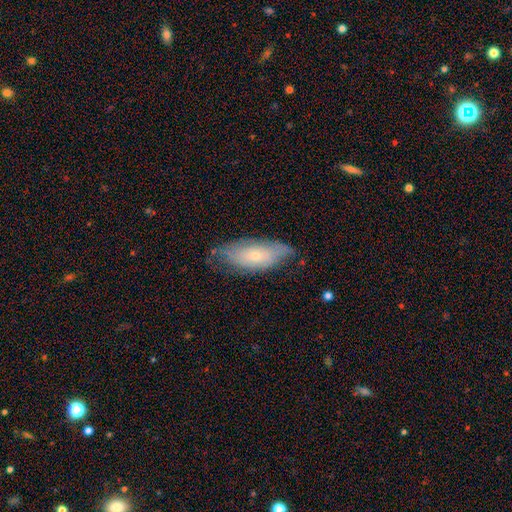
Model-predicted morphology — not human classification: Q: Smooth or featured?
A: smooth (51%); runner-up: featured or disk (43%)
Q: How rounded?
A: in between (80%); runner-up: cigar-shaped (18%)
Q: Merging?
A: none (60%); runner-up: minor disturbance (30%)